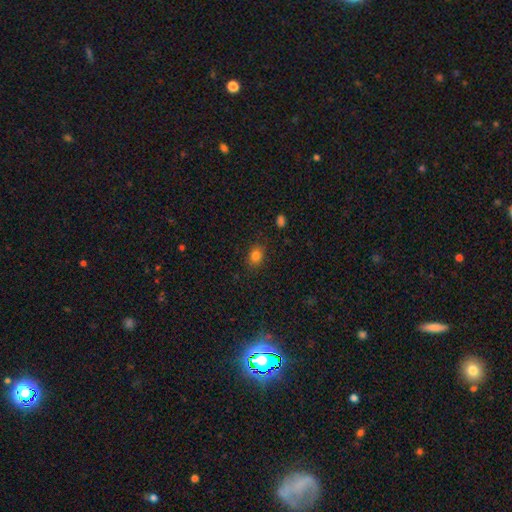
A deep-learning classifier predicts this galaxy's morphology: This appears to be a smooth galaxy with no disk features (82%) that is in between round and cigar-shaped (53%). Merging: none (85%).